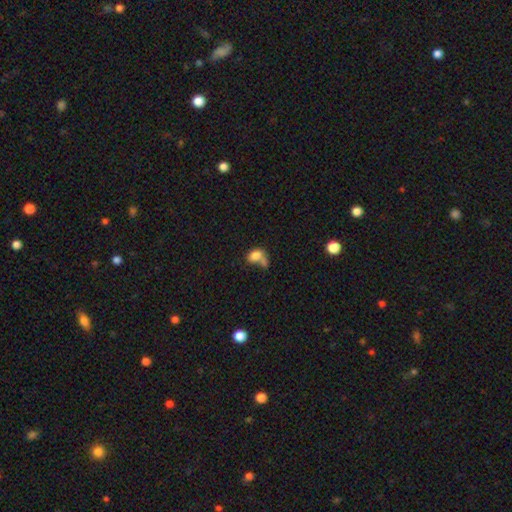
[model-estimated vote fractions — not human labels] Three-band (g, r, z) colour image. It shows a smooth galaxy with no disk features (77%) that is in between round and cigar-shaped (76%). Merging: merger (41%).